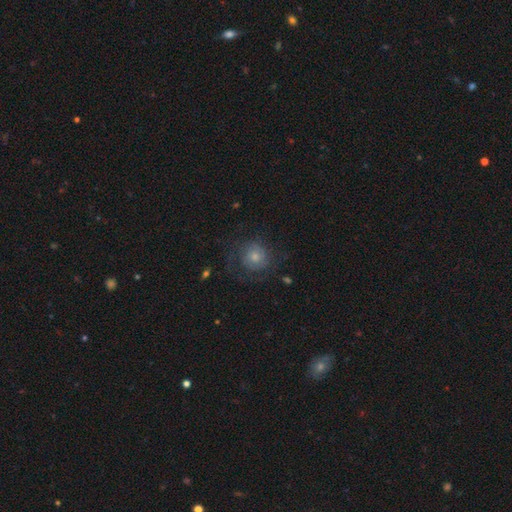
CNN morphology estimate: A featured or disk galaxy (45%). Merging: none (72%).